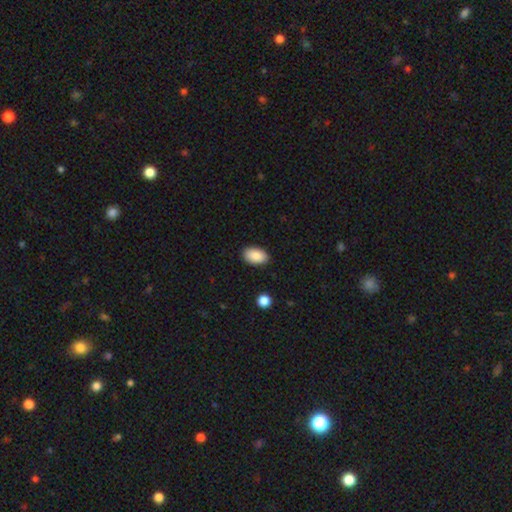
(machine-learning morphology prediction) smooth_or_featured: smooth (p=0.89) [alt: star or artifact p=0.07]
how_rounded: in between (p=0.93) [alt: round p=0.06]
merging: none (p=0.88) [alt: minor disturbance p=0.09]